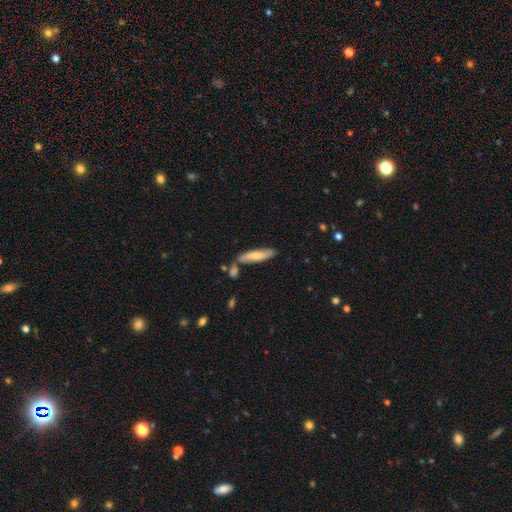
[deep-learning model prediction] Smooth or featured? Predicted: smooth (p=0.66). How rounded? Predicted: cigar-shaped (p=0.73). Merging? Predicted: none (p=0.71).